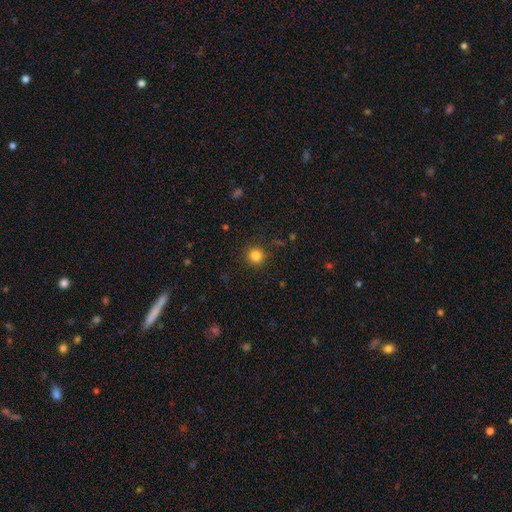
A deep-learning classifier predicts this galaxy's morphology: Overall: smooth (83%). How rounded: round (93%). Merging: none (90%).